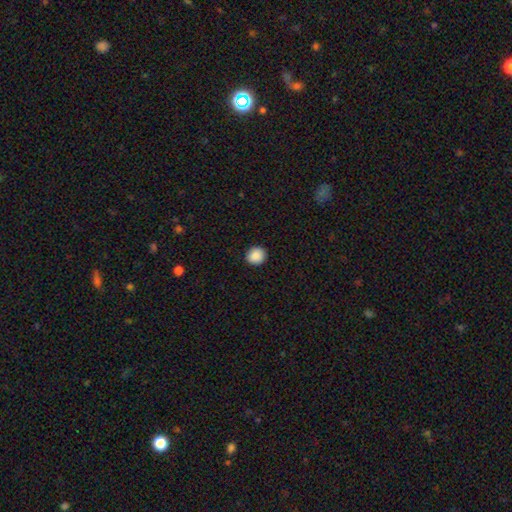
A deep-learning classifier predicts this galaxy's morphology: smooth_or_featured: smooth (p=0.89) [alt: star or artifact p=0.08]
how_rounded: round (p=0.89) [alt: in between p=0.10]
merging: none (p=0.92) [alt: minor disturbance p=0.06]